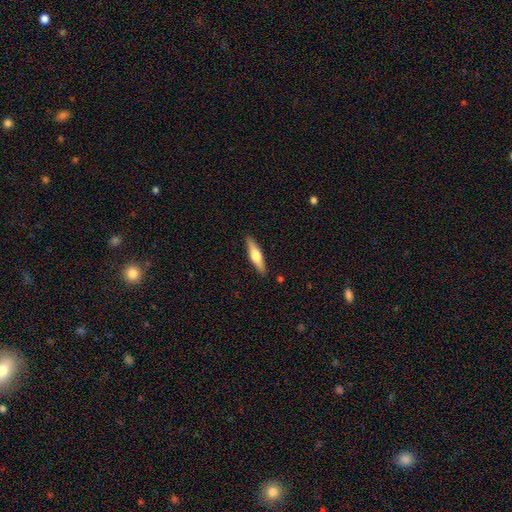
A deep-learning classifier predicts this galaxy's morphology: This appears to be a smooth galaxy with no disk features (50%) that is cigar-shaped (75%). Merging: none (89%).